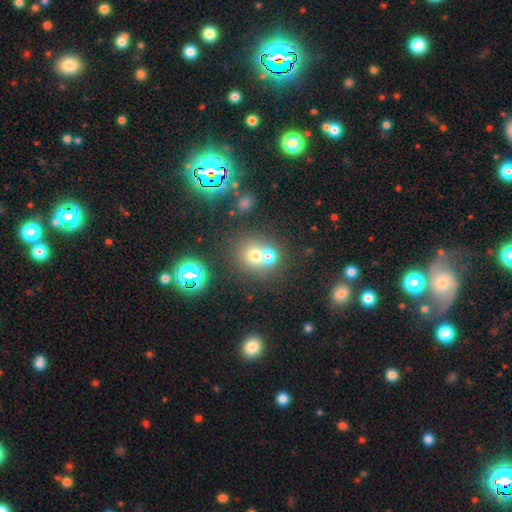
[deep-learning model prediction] The model was most divided on "merging": merger: 58%, none: 34%, minor disturbance: 5%, major disturbance: 3%. More confident: how rounded — round (79%); smooth or featured — smooth (66%).